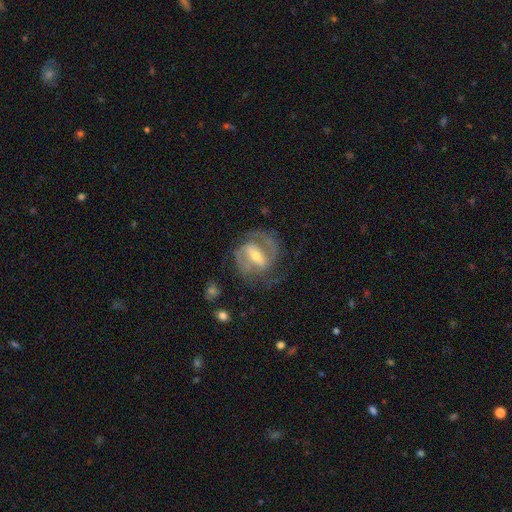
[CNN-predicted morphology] Smooth or featured?
  - featured or disk: 86% *
  - smooth: 9%
  - star or artifact: 5%
Edge-on disk?
  - no: 96% *
  - yes: 4%
Bar?
  - strong: 59% *
  - weak: 31%
  - no: 9%
Spiral arms?
  - yes: 93% *
  - no: 7%
Spiral winding?
  - medium: 51% *
  - tight: 35%
  - loose: 15%
Spiral arm count?
  - 2: 81% *
  - can't tell: 7%
  - 3: 5%
  - 1: 4%
  - 4: 1%
  - more than 4: 1%
Bulge size?
  - moderate: 50% *
  - small: 44%
  - large: 3%
  - none: 1%
  - dominant: 1%
Merging?
  - none: 68% *
  - minor disturbance: 17%
  - major disturbance: 13%
  - merger: 2%